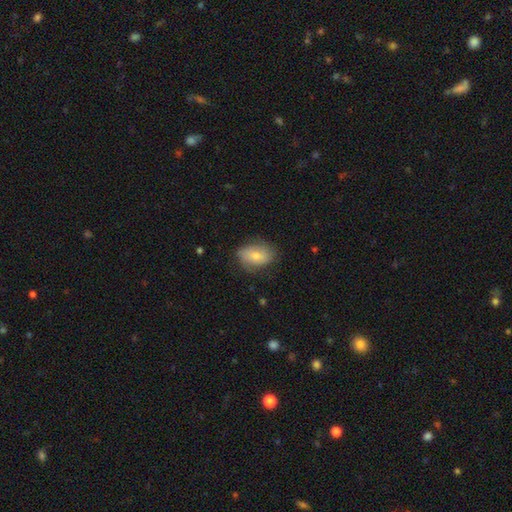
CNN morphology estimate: Smooth or featured: smooth — 58% (featured or disk — 33%)
How rounded: in between — 81% (round — 18%)
Merging: none — 72% (minor disturbance — 20%)